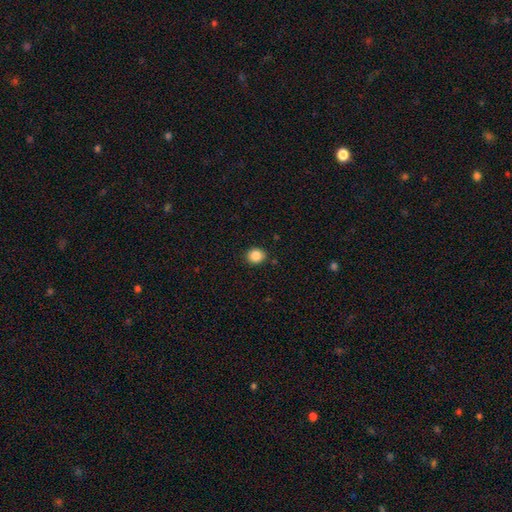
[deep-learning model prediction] This appears to be a smooth galaxy with no disk features (86%) that is round (75%). Merging: none (89%).